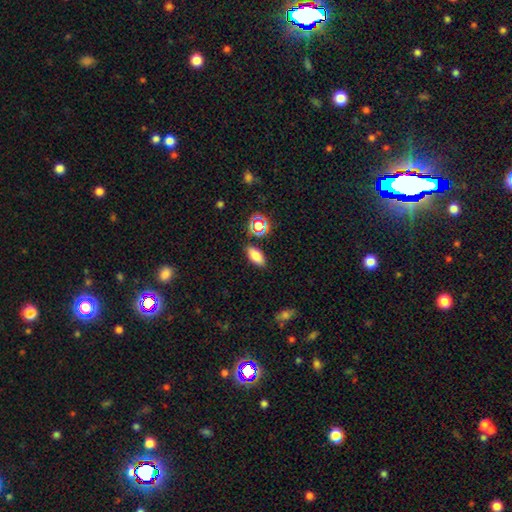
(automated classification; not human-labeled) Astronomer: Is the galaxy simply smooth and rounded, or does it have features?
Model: smooth — 79%.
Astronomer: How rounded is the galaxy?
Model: in between — 83%.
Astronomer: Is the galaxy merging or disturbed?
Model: none — 85%.